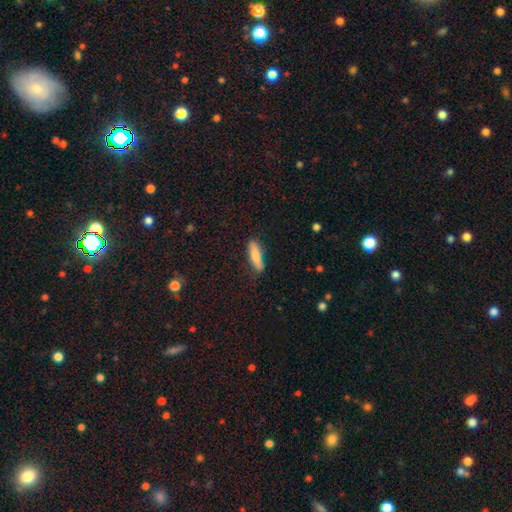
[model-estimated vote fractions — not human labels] A smooth galaxy with no disk features (79%) that is cigar-shaped (70%).

Vote fractions:
- Smooth or featured? smooth: 79% / featured or disk: 15% / star or artifact: 6%
- How rounded? cigar-shaped: 70% / in between: 28% / round: 2%
- Merging? none: 82% / minor disturbance: 14% / major disturbance: 3% / merger: 1%